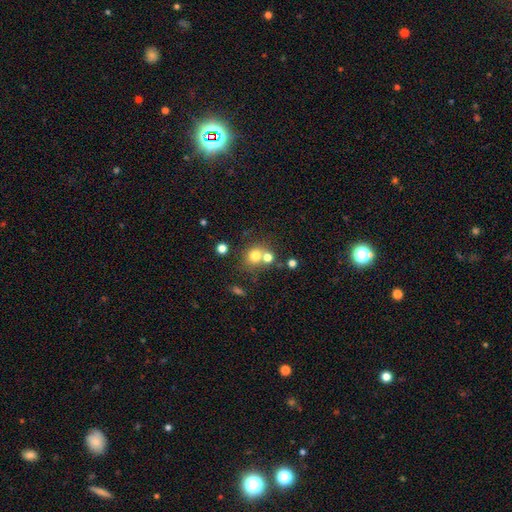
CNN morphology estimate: This is likely a smooth galaxy (72%). How rounded: clearly round (82%). Merging: possibly none (54%).